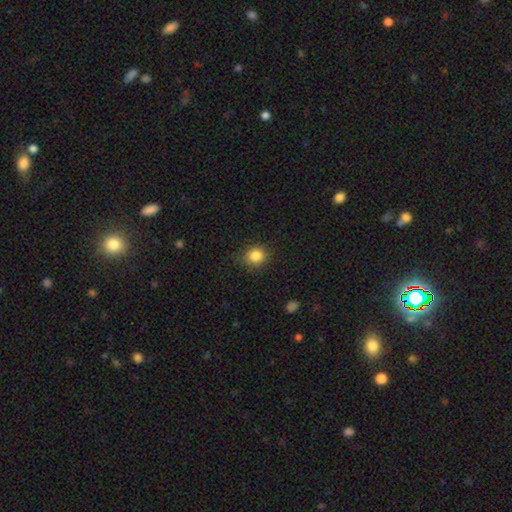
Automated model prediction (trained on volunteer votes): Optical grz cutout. It shows a smooth galaxy with no disk features (84%) that is round (80%). Merging: none (84%).